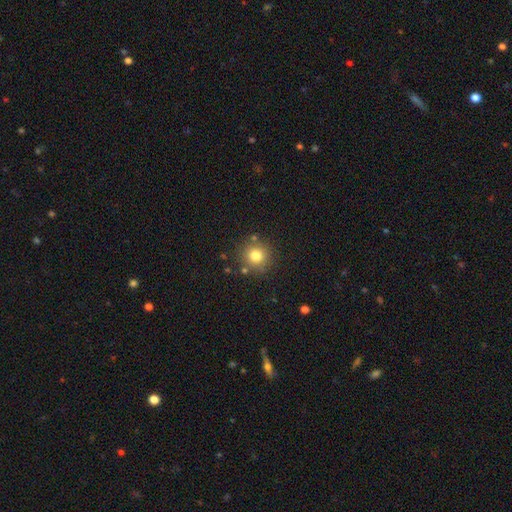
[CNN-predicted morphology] Smooth or featured?
  - smooth: 78% *
  - star or artifact: 13%
  - featured or disk: 9%
How rounded?
  - round: 93% *
  - in between: 6%
  - cigar-shaped: 1%
Merging?
  - none: 83% *
  - minor disturbance: 9%
  - merger: 5%
  - major disturbance: 3%